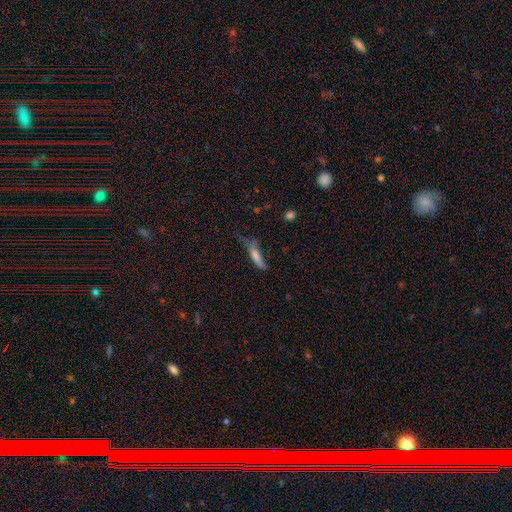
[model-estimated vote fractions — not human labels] smooth_or_featured: smooth (p=0.63) [alt: featured or disk p=0.27]
how_rounded: cigar-shaped (p=0.72) [alt: in between p=0.26]
merging: none (p=0.38) [alt: minor disturbance p=0.32]